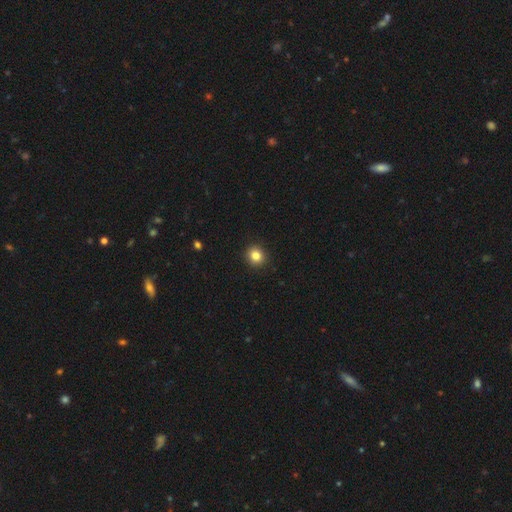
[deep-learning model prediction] A smooth galaxy with no disk features (84%) that is round (88%). Merging: none (92%).